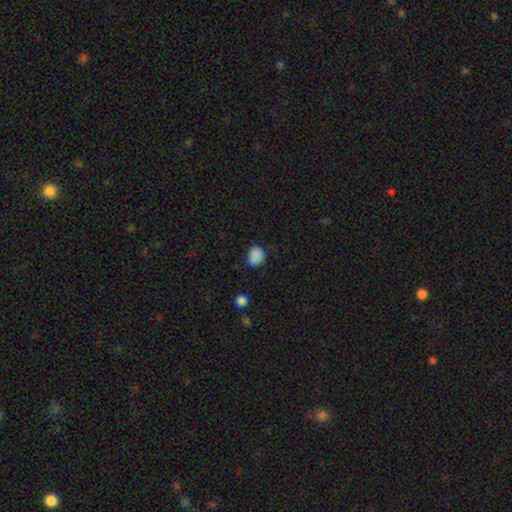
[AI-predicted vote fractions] Smooth or featured? Predicted: smooth (p=0.87). How rounded? Predicted: round (p=0.60). Merging? Predicted: none (p=0.79).